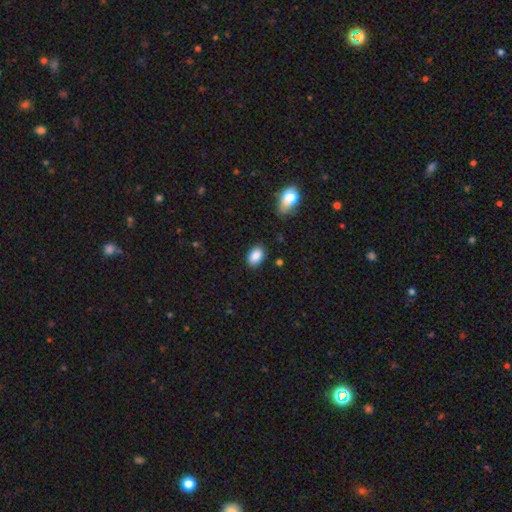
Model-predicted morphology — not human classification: Q: Smooth or featured?
A: smooth (88%); runner-up: star or artifact (8%)
Q: How rounded?
A: in between (86%); runner-up: round (13%)
Q: Merging?
A: none (86%); runner-up: minor disturbance (10%)